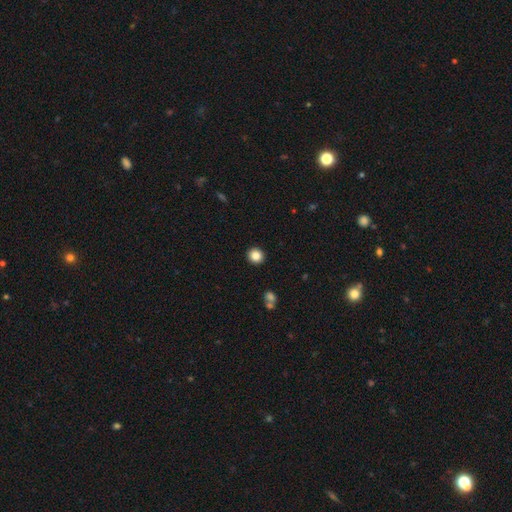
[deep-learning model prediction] Q: Smooth or featured?
A: smooth (85%); runner-up: star or artifact (10%)
Q: How rounded?
A: round (90%); runner-up: in between (9%)
Q: Merging?
A: none (92%); runner-up: minor disturbance (5%)